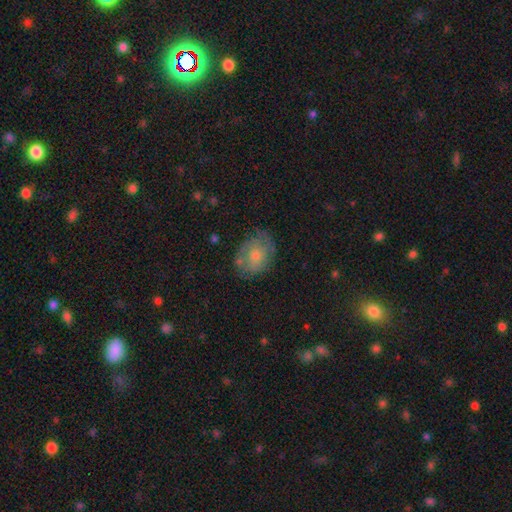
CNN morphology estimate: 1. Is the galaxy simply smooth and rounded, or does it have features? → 49% smooth, 39% featured or disk, 11% star or artifact.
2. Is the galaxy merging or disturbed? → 67% none, 22% minor disturbance, 8% major disturbance, 3% merger.